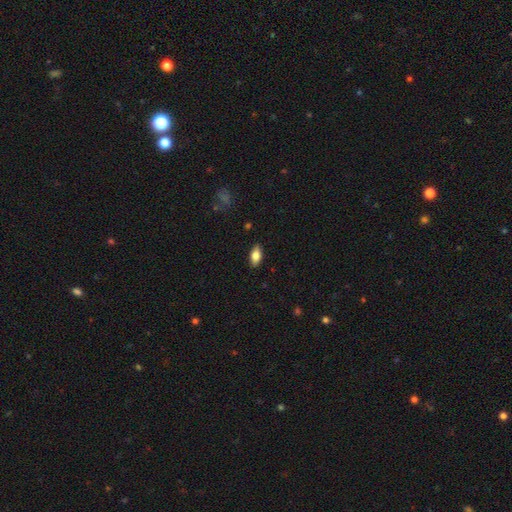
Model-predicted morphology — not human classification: Smooth or featured? smooth (76%)
How rounded? in between (88%)
Merging? none (87%)